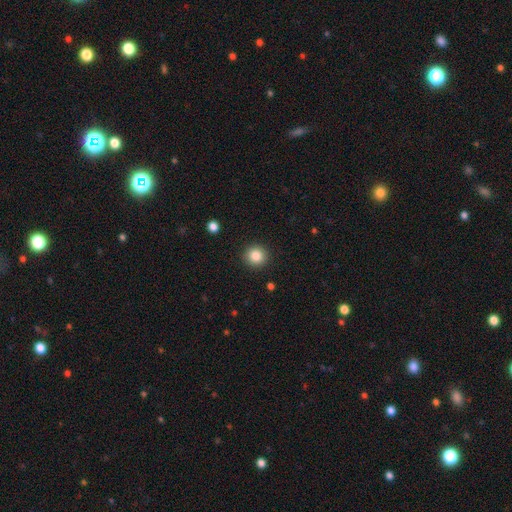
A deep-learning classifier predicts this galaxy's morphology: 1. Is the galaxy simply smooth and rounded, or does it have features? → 85% smooth, 10% star or artifact, 5% featured or disk.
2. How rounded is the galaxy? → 93% round, 6% in between, 1% cigar-shaped.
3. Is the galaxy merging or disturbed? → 91% none, 6% minor disturbance, 2% major disturbance, 1% merger.